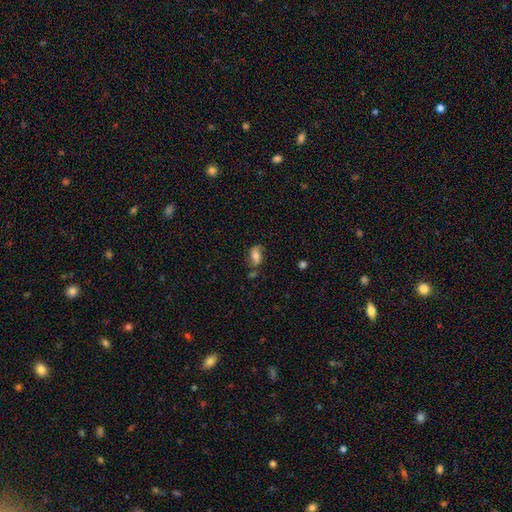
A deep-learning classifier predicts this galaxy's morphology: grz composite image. It shows a smooth galaxy with no disk features (60%) that is in between round and cigar-shaped (84%). Merging: none (54%).